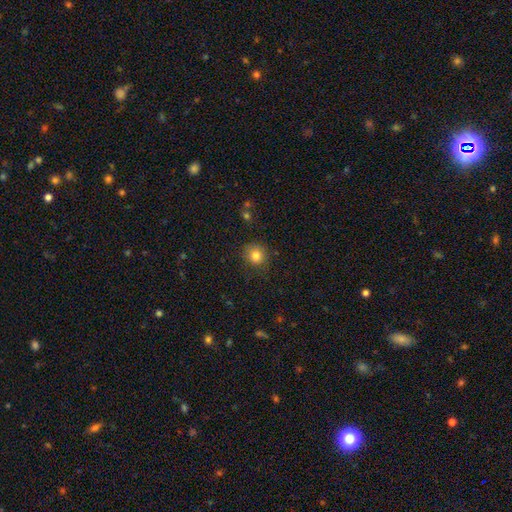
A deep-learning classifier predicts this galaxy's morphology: smooth_or_featured: smooth (p=0.81) [alt: star or artifact p=0.12]
how_rounded: round (p=0.85) [alt: in between p=0.14]
merging: none (p=0.82) [alt: minor disturbance p=0.13]